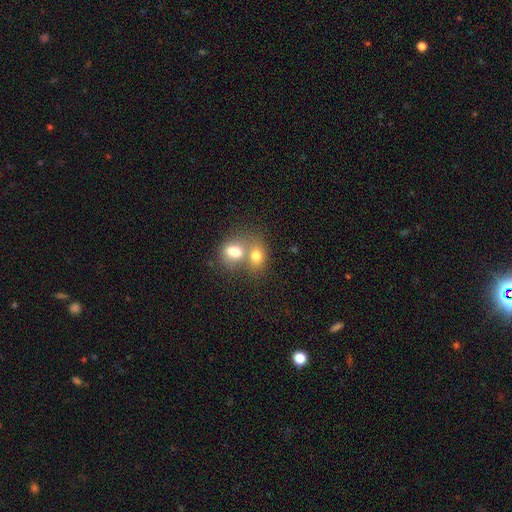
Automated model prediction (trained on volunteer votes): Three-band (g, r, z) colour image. It shows a smooth galaxy with no disk features (74%) that is in between round and cigar-shaped (58%). Merging: merger (66%).